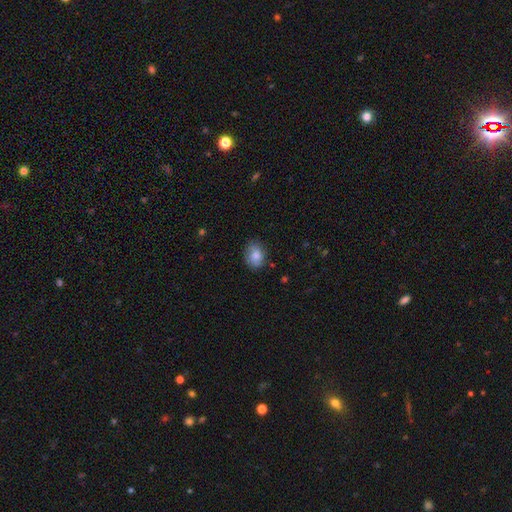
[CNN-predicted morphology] smooth-or-featured: smooth: 75% | featured or disk: 17% | star or artifact: 8%
  how-rounded: in between: 57% | round: 41% | cigar-shaped: 1%
  merging: none: 71% | minor disturbance: 22% | major disturbance: 6% | merger: 2%